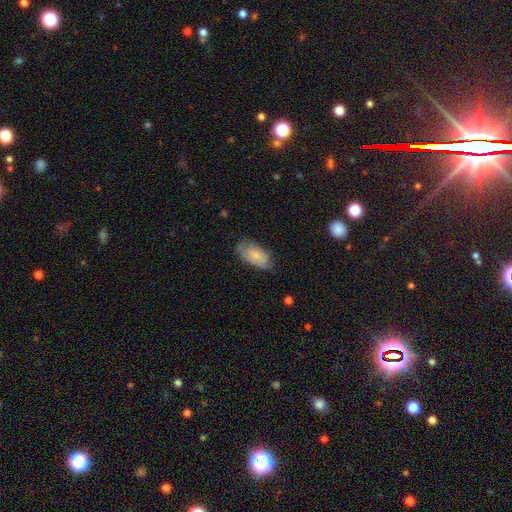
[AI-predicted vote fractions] Smooth or featured? smooth (75%)
How rounded? in between (93%)
Merging? none (63%)